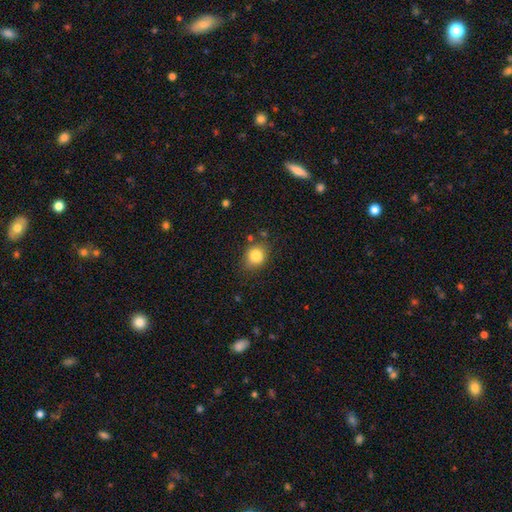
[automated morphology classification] smooth-or-featured: smooth: 82% | star or artifact: 10% | featured or disk: 7%
  how-rounded: round: 69% | in between: 30% | cigar-shaped: 1%
  merging: none: 78% | minor disturbance: 15% | major disturbance: 4% | merger: 3%